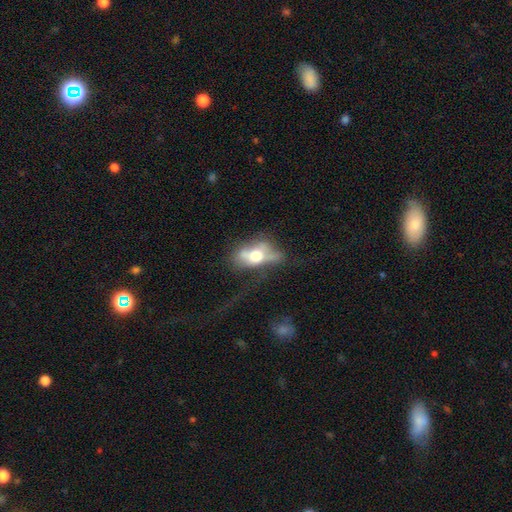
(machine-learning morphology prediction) smooth_or_featured: smooth (p=0.47) [alt: featured or disk p=0.44]
merging: major disturbance (p=0.39) [alt: none p=0.27]